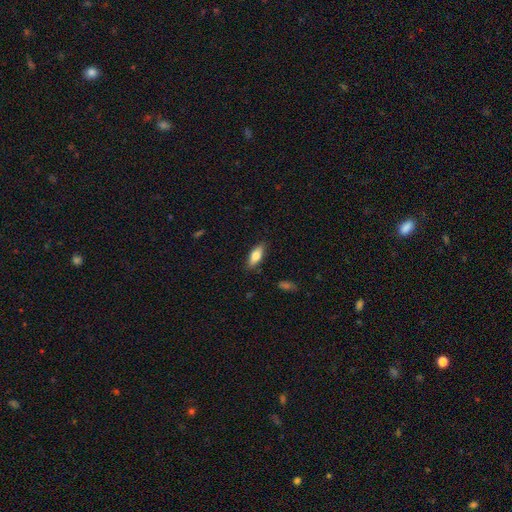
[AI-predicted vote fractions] Smooth or featured?
  - smooth: 76% *
  - featured or disk: 18%
  - star or artifact: 6%
How rounded?
  - in between: 75% *
  - cigar-shaped: 22%
  - round: 2%
Merging?
  - none: 86% *
  - minor disturbance: 11%
  - major disturbance: 2%
  - merger: 1%